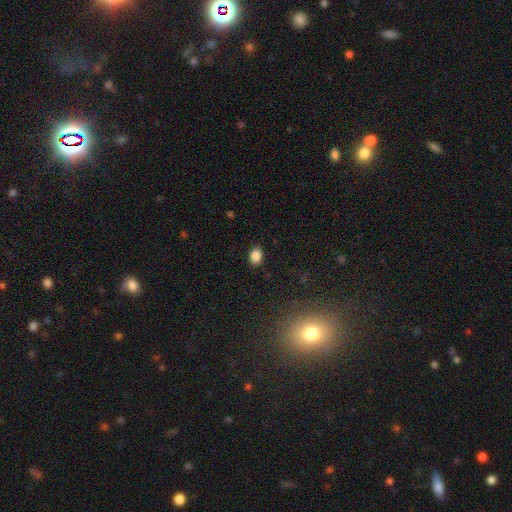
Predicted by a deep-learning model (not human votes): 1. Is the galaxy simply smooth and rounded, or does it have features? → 86% smooth, 10% star or artifact, 4% featured or disk.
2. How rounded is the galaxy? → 69% in between, 30% round, 1% cigar-shaped.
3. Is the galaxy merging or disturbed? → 87% none, 10% minor disturbance, 2% major disturbance, 1% merger.